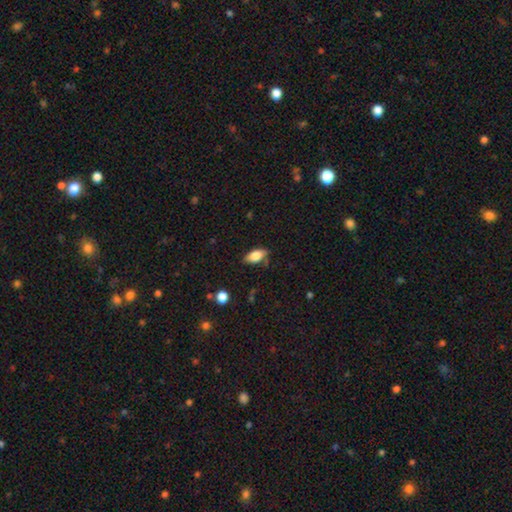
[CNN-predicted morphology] Smooth or featured? Predicted: smooth (p=0.78). How rounded? Predicted: in between (p=0.89). Merging? Predicted: none (p=0.75).